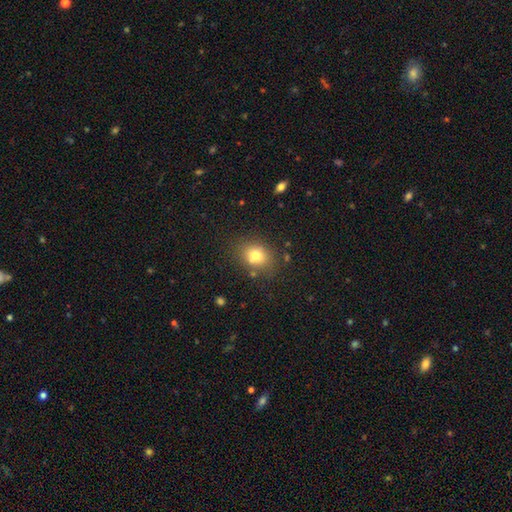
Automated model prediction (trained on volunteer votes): A smooth galaxy with no disk features (76%) that is round (54%).

Vote fractions:
- Smooth or featured? smooth: 76% / star or artifact: 12% / featured or disk: 12%
- How rounded? round: 54% / in between: 45% / cigar-shaped: 1%
- Merging? none: 75% / minor disturbance: 14% / merger: 7% / major disturbance: 4%